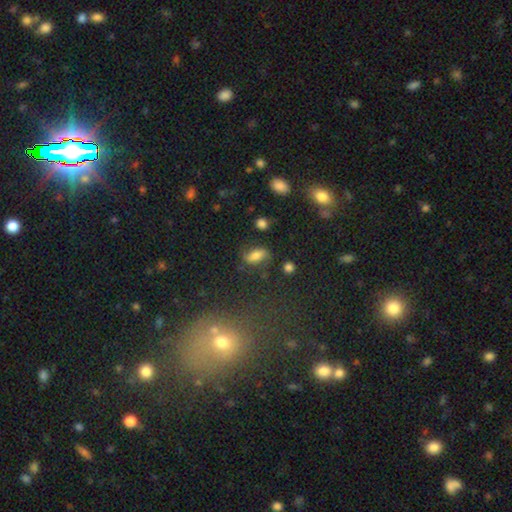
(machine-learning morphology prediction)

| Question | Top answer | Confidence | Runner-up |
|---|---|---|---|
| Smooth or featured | smooth | 66% | featured or disk (22%) |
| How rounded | in between | 85% | cigar-shaped (8%) |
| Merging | none | 64% | minor disturbance (23%) |